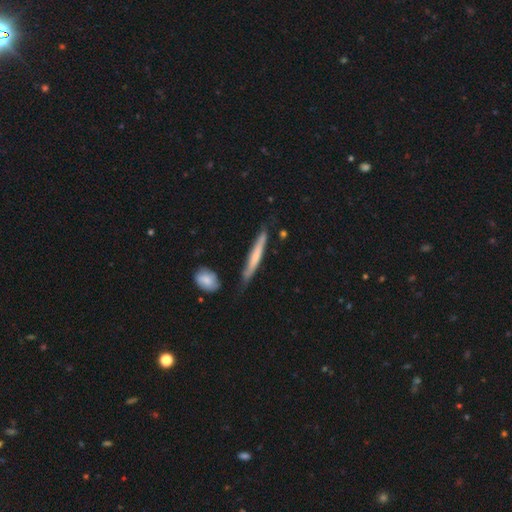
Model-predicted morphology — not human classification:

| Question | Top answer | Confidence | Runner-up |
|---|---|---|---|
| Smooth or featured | smooth | 51% | featured or disk (44%) |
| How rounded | cigar-shaped | 95% | in between (4%) |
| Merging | none | 75% | minor disturbance (18%) |